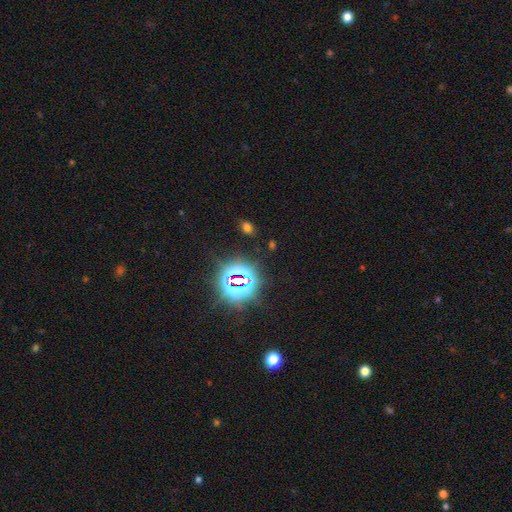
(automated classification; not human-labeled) smooth_or_featured: star or artifact (p=0.82) [alt: smooth p=0.12]